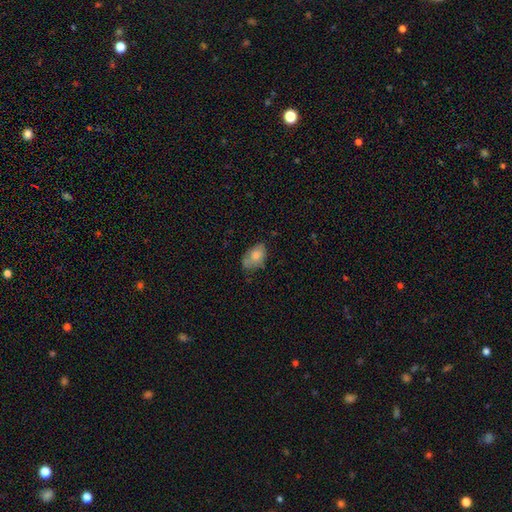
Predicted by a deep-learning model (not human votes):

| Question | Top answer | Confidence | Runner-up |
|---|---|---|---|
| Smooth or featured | smooth | 77% | featured or disk (15%) |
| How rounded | in between | 87% | round (11%) |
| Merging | none | 51% | minor disturbance (34%) |